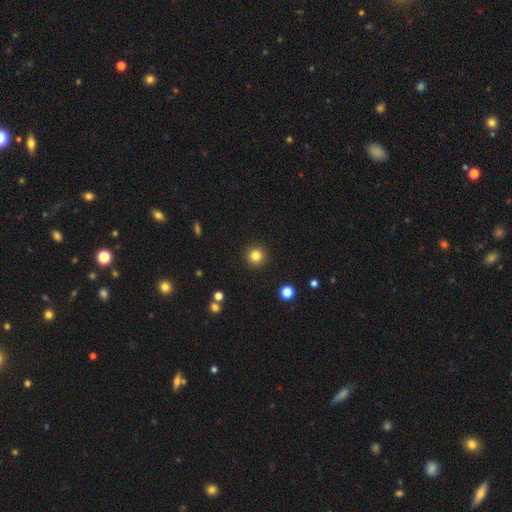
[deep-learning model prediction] Overall: smooth (82%). How rounded: round (95%). Merging: none (92%).